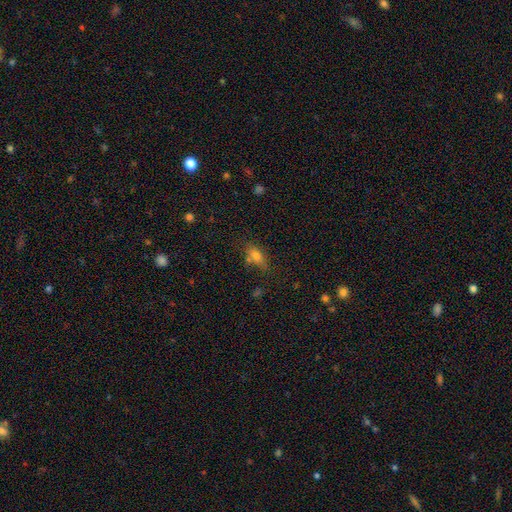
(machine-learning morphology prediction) smooth_or_featured: smooth (p=0.69) [alt: featured or disk p=0.17]
how_rounded: in between (p=0.75) [alt: cigar-shaped p=0.17]
merging: none (p=0.65) [alt: minor disturbance p=0.19]